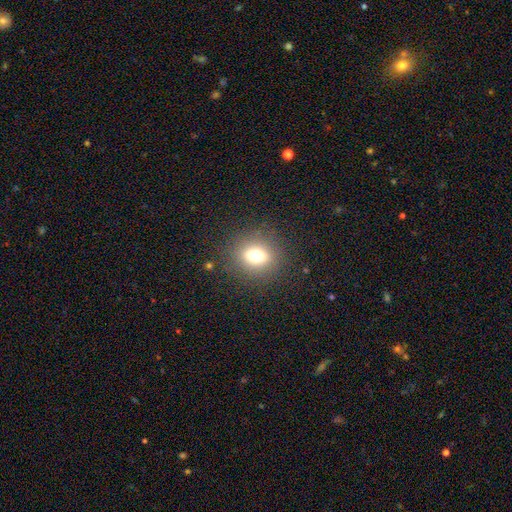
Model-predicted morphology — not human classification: The model was most divided on "how rounded": round: 70%, in between: 28%, cigar-shaped: 1%. More confident: merging — none (86%); smooth or featured — smooth (72%).